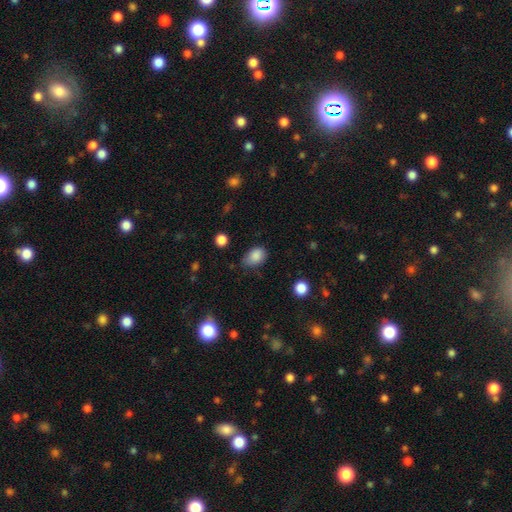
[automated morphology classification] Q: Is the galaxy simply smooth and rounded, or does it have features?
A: smooth — 86%.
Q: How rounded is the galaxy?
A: in between — 78%.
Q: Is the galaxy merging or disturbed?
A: none — 57%.